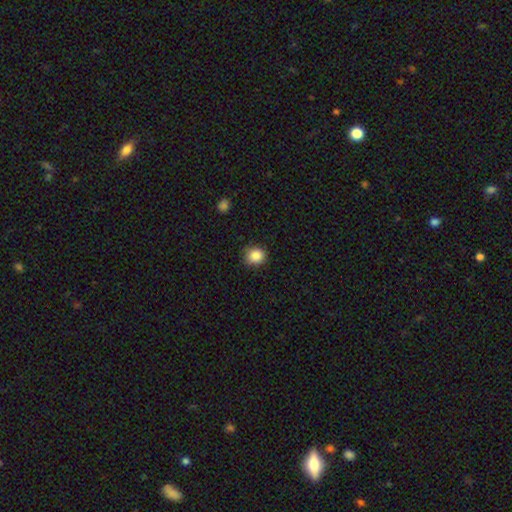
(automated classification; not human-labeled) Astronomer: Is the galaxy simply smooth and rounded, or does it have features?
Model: smooth — 87%.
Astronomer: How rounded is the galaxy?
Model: round — 80%.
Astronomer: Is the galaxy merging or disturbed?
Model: none — 82%.